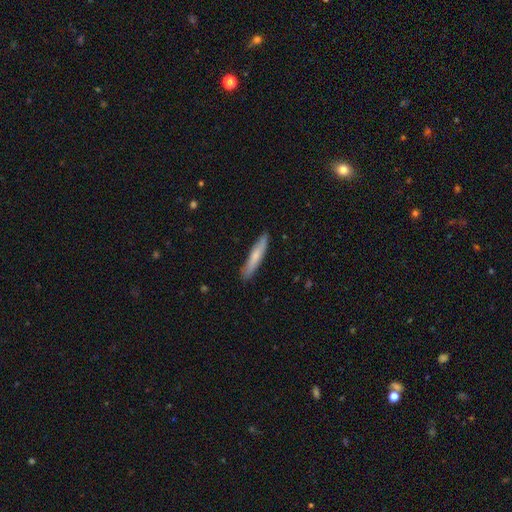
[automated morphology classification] This appears to be a smooth galaxy with no disk features (70%) that is cigar-shaped (90%). Merging: none (89%).